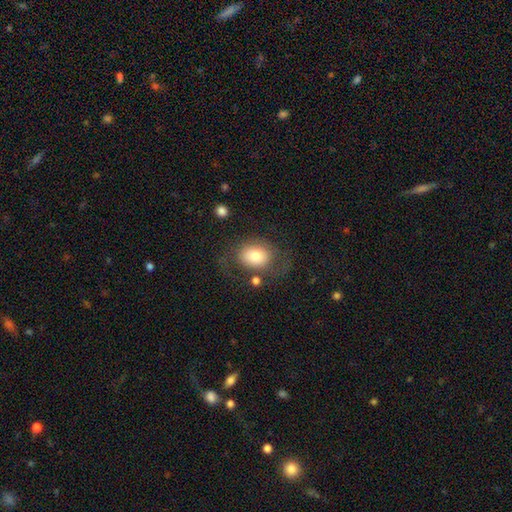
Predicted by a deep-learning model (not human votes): This appears to be a smooth galaxy with no disk features (73%) that is in between round and cigar-shaped (56%). Merging: none (60%).